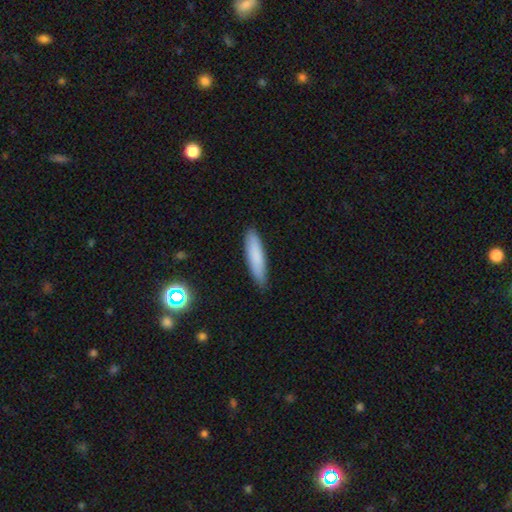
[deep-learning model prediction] A smooth galaxy with no disk features (82%) that is cigar-shaped (78%).

Vote fractions:
- Smooth or featured? smooth: 82% / featured or disk: 11% / star or artifact: 7%
- How rounded? cigar-shaped: 78% / in between: 21% / round: 1%
- Merging? none: 85% / minor disturbance: 12% / major disturbance: 2% / merger: 1%